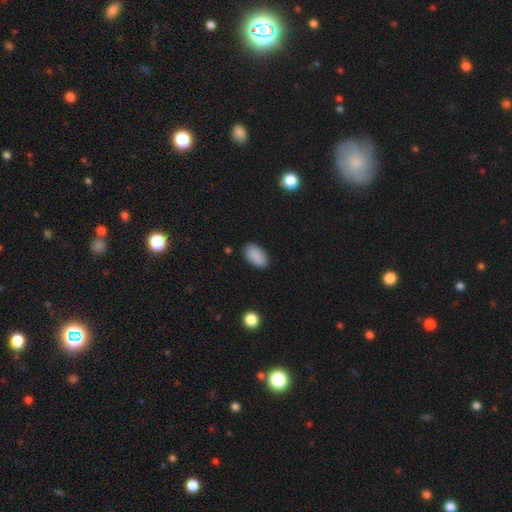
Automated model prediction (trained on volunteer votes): Overall: smooth (88%). How rounded: in between (95%). Merging: none (85%).